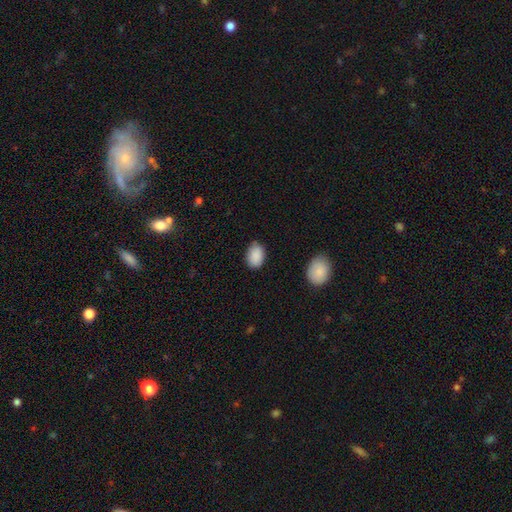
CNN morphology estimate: A smooth galaxy with no disk features (90%) that is in between round and cigar-shaped (81%). Merging: none (80%).